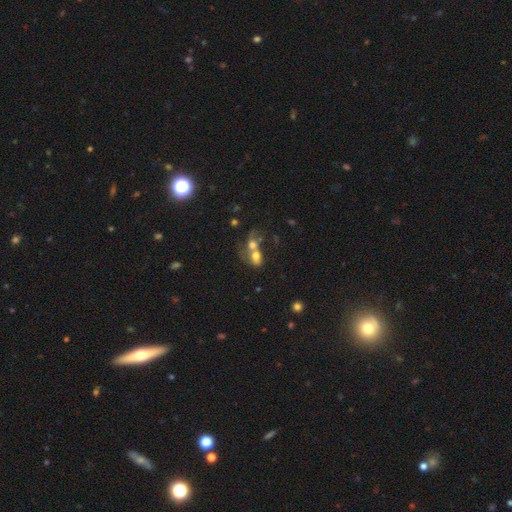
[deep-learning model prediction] The model was most divided on "how rounded": in between: 64%, round: 34%, cigar-shaped: 2%. More confident: merging — merger (73%); smooth or featured — smooth (66%).